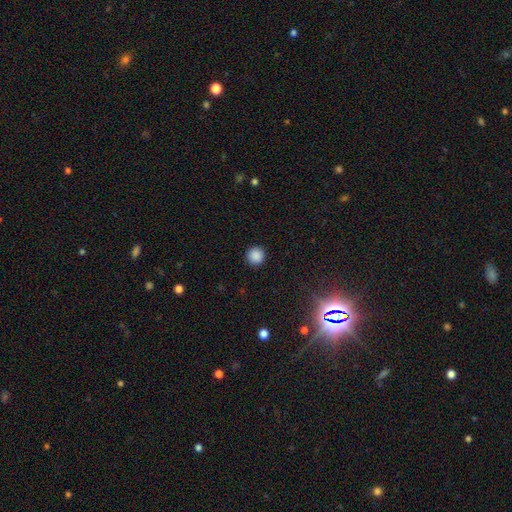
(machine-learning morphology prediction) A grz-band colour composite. It shows a smooth galaxy with no disk features (88%) that is round (96%). Merging: none (92%).